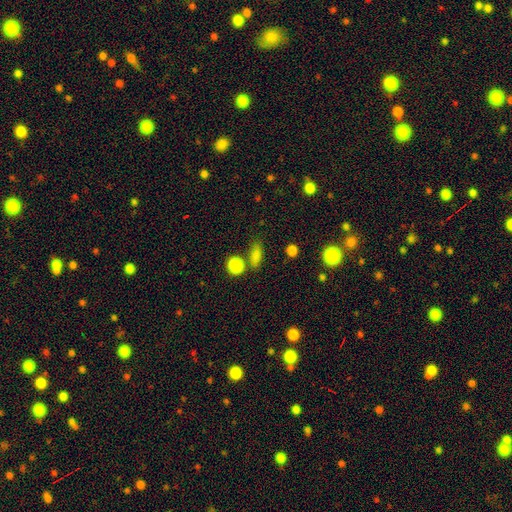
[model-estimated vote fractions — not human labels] Smooth or featured: smooth — 80% (star or artifact — 14%)
How rounded: in between — 60% (cigar-shaped — 22%)
Merging: none — 73% (minor disturbance — 13%)